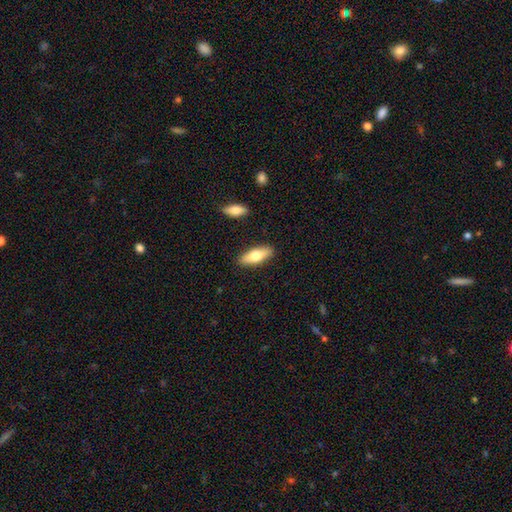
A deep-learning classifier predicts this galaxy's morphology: Smooth or featured: smooth — 68% (featured or disk — 26%)
How rounded: in between — 69% (cigar-shaped — 29%)
Merging: none — 87% (minor disturbance — 8%)